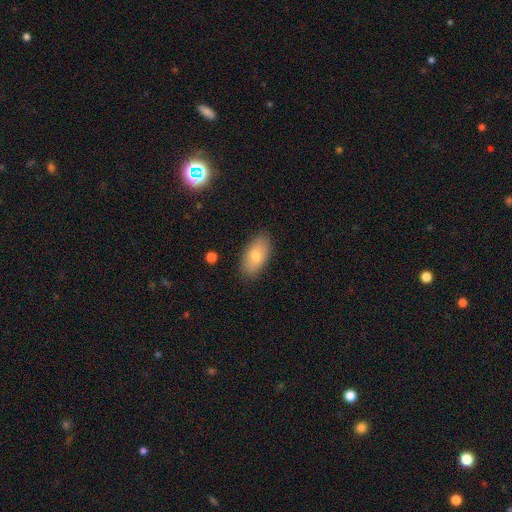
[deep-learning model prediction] Smooth or featured? Predicted: smooth (p=0.73). How rounded? Predicted: in between (p=0.92). Merging? Predicted: none (p=0.87).